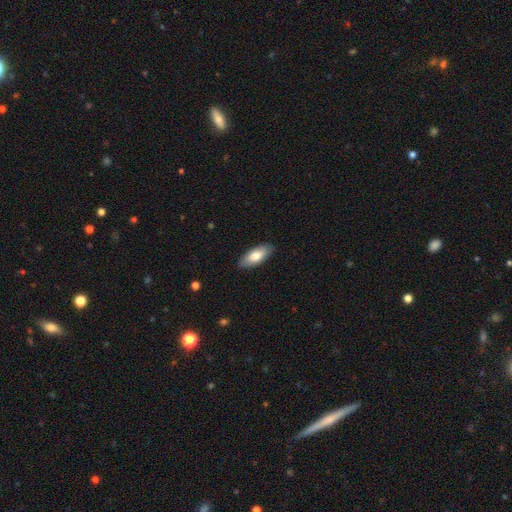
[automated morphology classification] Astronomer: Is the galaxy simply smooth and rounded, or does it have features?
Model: smooth — 74%.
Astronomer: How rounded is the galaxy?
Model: in between — 84%.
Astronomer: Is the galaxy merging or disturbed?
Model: none — 88%.